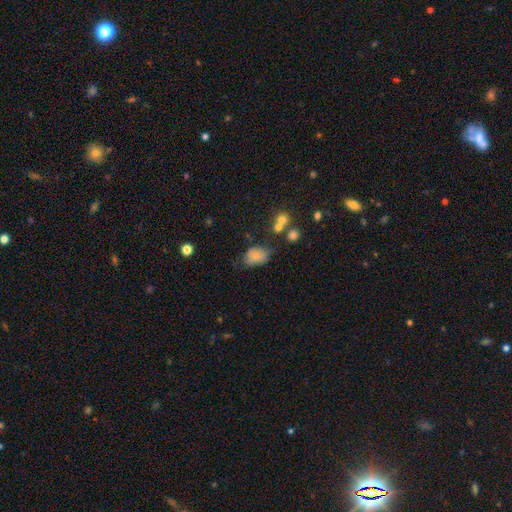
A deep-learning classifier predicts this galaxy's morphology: Smooth or featured?
  - smooth: 71% *
  - featured or disk: 19%
  - star or artifact: 10%
How rounded?
  - in between: 76% *
  - round: 23%
  - cigar-shaped: 1%
Merging?
  - none: 49% *
  - minor disturbance: 34%
  - major disturbance: 10%
  - merger: 7%